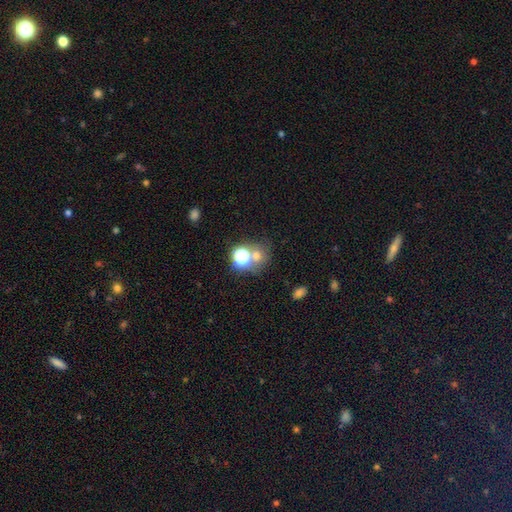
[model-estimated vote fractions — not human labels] Smooth or featured? Predicted: smooth (p=0.59). How rounded? Predicted: round (p=0.78). Merging? Predicted: none (p=0.52).